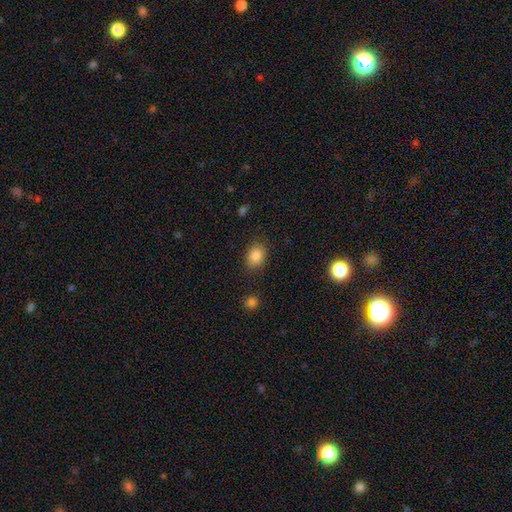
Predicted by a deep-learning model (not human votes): Morphology: type=smooth (84%); roundness=in between (63%); merging=none (83%).